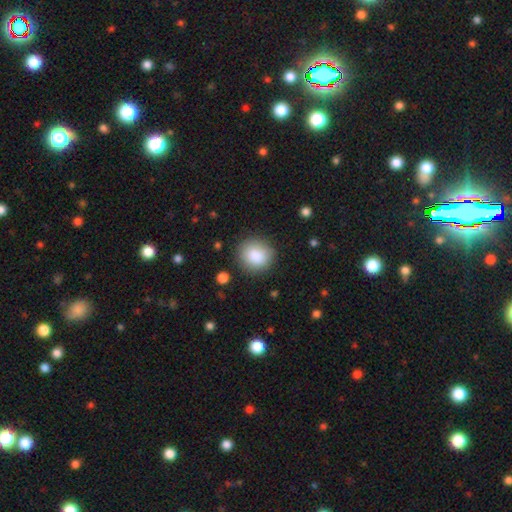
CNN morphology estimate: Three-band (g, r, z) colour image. It shows a smooth galaxy with no disk features (87%) that is round (88%). Merging: none (87%).